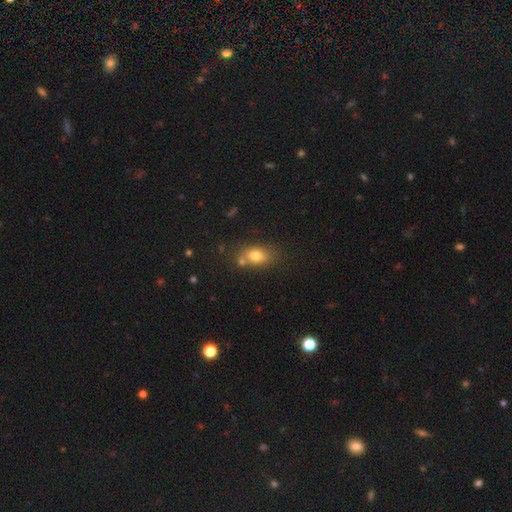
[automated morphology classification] smooth-or-featured: smooth: 78% | featured or disk: 12% | star or artifact: 10%
  how-rounded: in between: 78% | round: 20% | cigar-shaped: 2%
  merging: none: 62% | merger: 17% | minor disturbance: 16% | major disturbance: 5%